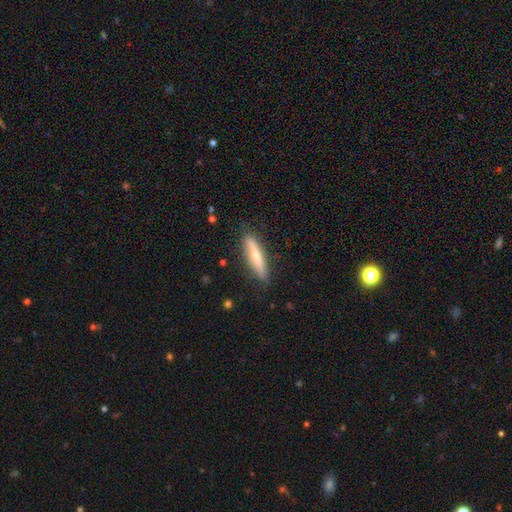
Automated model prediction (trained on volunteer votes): Morphology: type=smooth (48%); merging=none (84%).